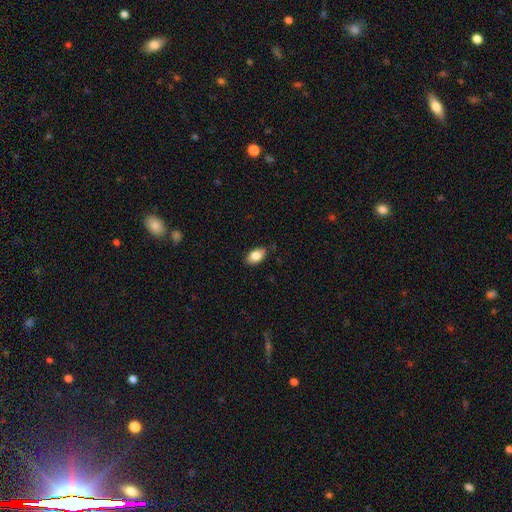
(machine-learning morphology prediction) Q: Smooth or featured?
A: smooth (84%); runner-up: featured or disk (9%)
Q: How rounded?
A: in between (90%); runner-up: round (8%)
Q: Merging?
A: none (83%); runner-up: minor disturbance (13%)